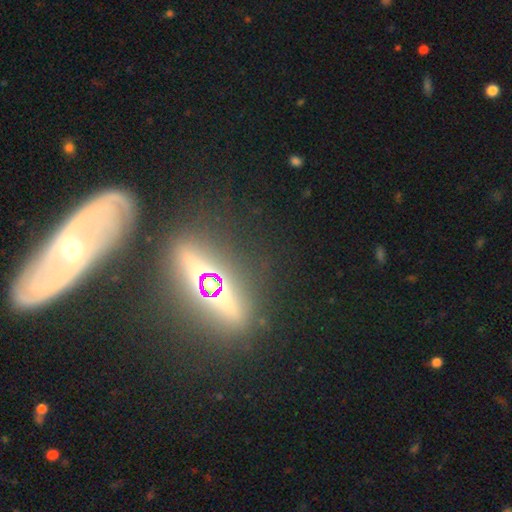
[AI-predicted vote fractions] A featured or disk galaxy (46%). Merging: none (66%).